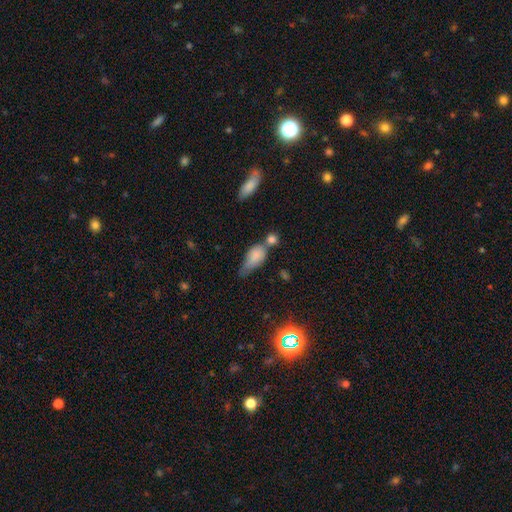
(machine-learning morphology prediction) A smooth galaxy with no disk features (77%) that is in between round and cigar-shaped (83%). Merging: merger (30%).